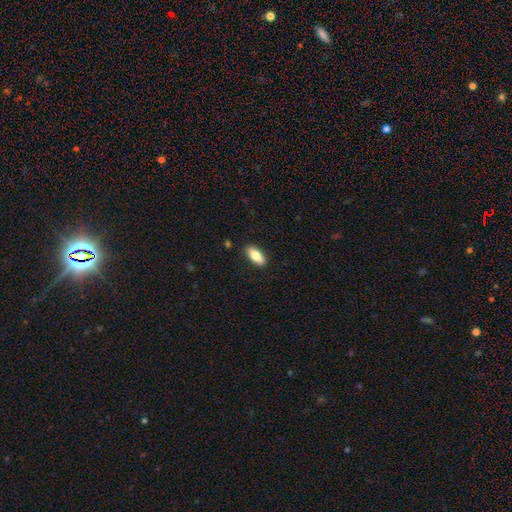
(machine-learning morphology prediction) A smooth galaxy with no disk features (78%) that is in between round and cigar-shaped (84%).

Vote fractions:
- Smooth or featured? smooth: 78% / featured or disk: 15% / star or artifact: 6%
- How rounded? in between: 84% / cigar-shaped: 13% / round: 3%
- Merging? none: 88% / minor disturbance: 9% / major disturbance: 2% / merger: 1%